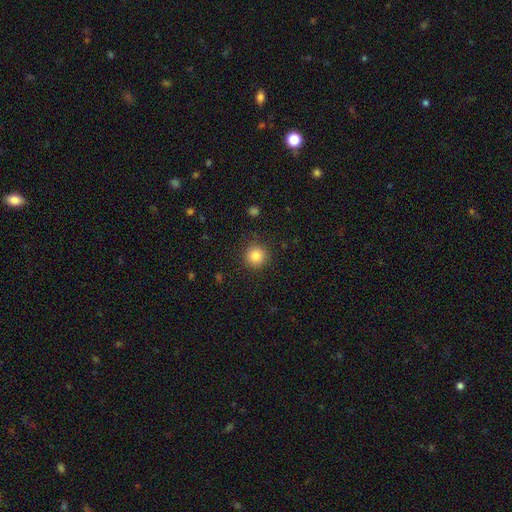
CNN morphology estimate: This appears to be a smooth galaxy with no disk features (85%) that is round (94%). Merging: none (88%).